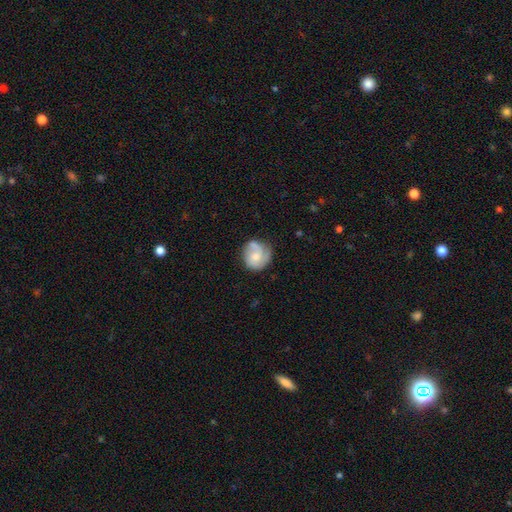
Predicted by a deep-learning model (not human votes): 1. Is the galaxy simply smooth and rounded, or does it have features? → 51% featured or disk, 42% smooth, 7% star or artifact.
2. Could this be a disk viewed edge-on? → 98% no, 2% yes.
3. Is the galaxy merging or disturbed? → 59% none, 24% minor disturbance, 10% major disturbance, 7% merger.